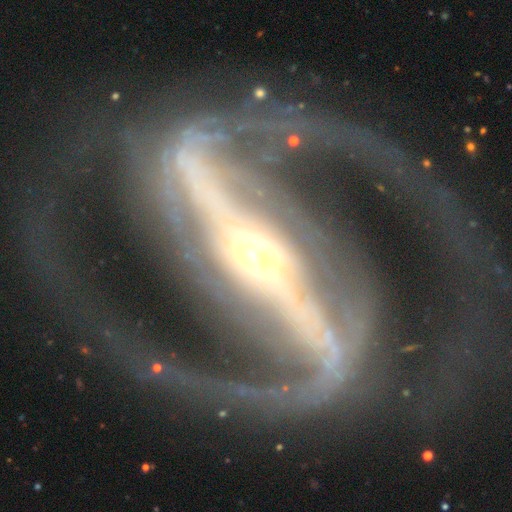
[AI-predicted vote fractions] The model was most divided on "spiral winding": medium: 56%, tight: 28%, loose: 16%. More confident: spiral arms — yes (97%); edge-on disk — no (94%); spiral arm count — 2 (94%); smooth or featured — featured or disk (93%); bar — strong (89%); merging — none (79%); bulge size — small (67%).